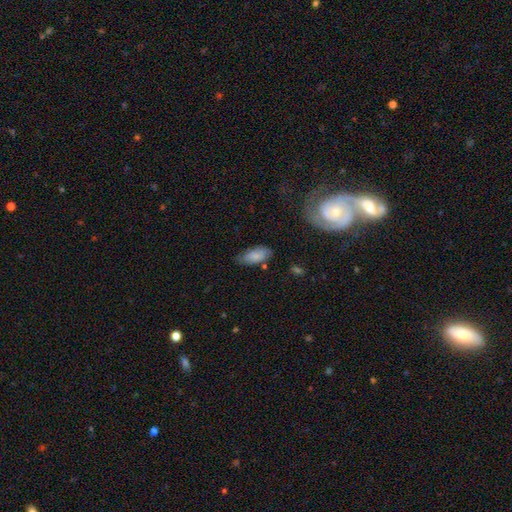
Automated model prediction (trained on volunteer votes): A smooth galaxy with no disk features (80%) that is in between round and cigar-shaped (89%).

Vote fractions:
- Smooth or featured? smooth: 80% / featured or disk: 13% / star or artifact: 7%
- How rounded? in between: 89% / cigar-shaped: 9% / round: 2%
- Merging? none: 70% / minor disturbance: 23% / major disturbance: 4% / merger: 3%